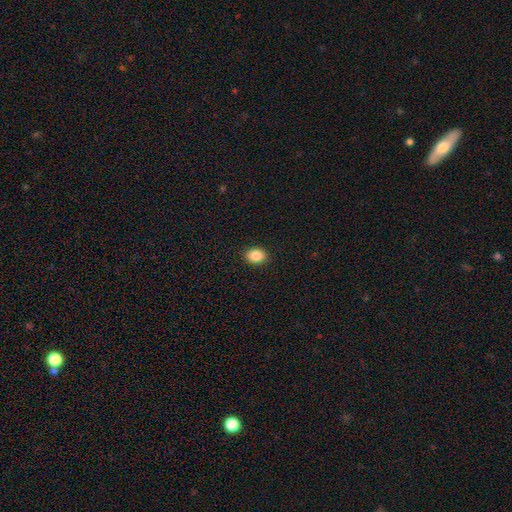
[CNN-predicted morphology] type=smooth (86%); roundness=in between (64%); merging=none (91%).